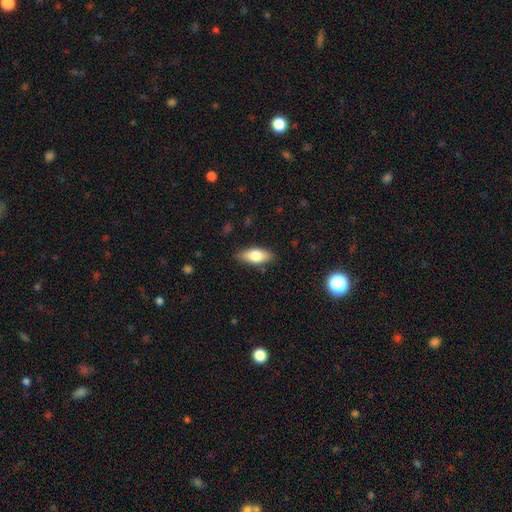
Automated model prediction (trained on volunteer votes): This is likely a smooth galaxy (72%). How rounded: clearly in between (81%). Merging: clearly none (83%).